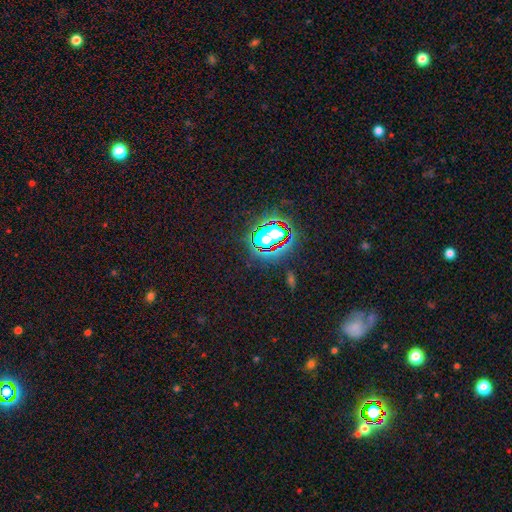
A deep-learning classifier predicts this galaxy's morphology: smooth-or-featured: star or artifact: 78% | smooth: 14% | featured or disk: 8%